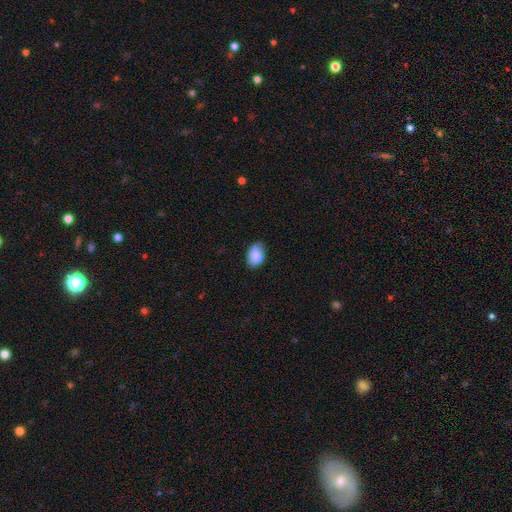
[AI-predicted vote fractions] Overall: smooth (82%). How rounded: in between (84%). Merging: none (72%).